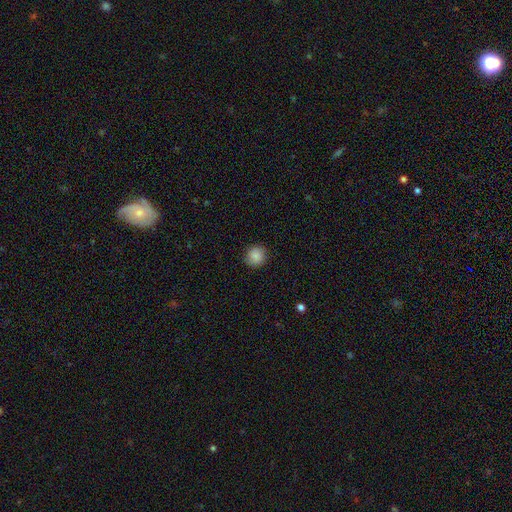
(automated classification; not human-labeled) A smooth galaxy with no disk features (86%) that is round (88%). Merging: none (88%).